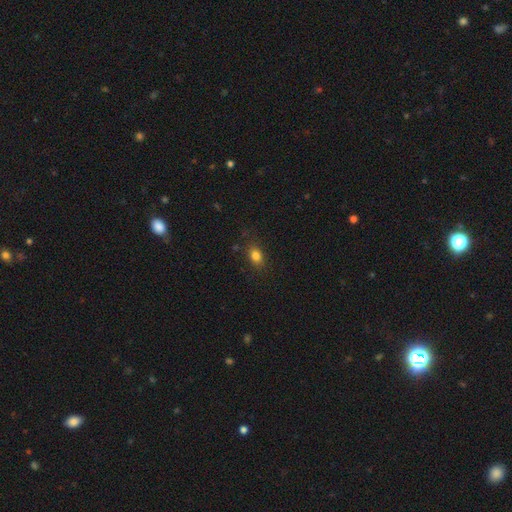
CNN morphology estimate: smooth 81%, star or artifact 12%, featured or disk 7%. Down the decision tree: how rounded — in between (73%); merging — none (82%).